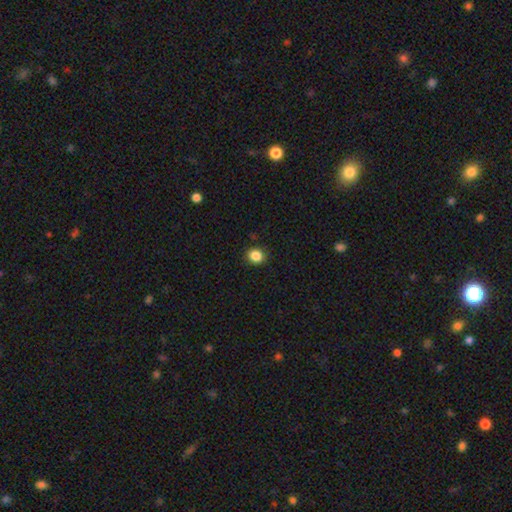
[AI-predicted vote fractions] smooth_or_featured: smooth (p=0.86) [alt: star or artifact p=0.10]
how_rounded: round (p=0.76) [alt: in between p=0.23]
merging: none (p=0.89) [alt: minor disturbance p=0.08]